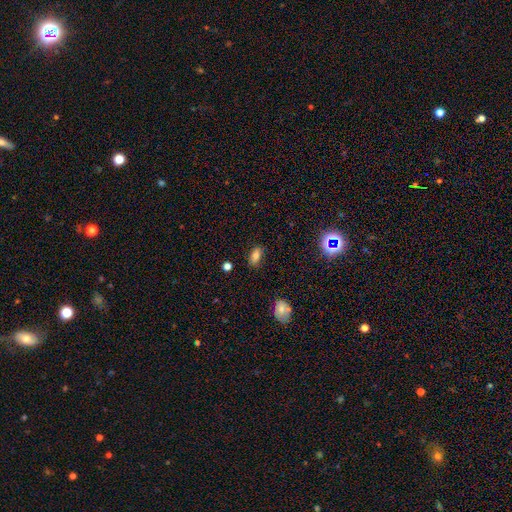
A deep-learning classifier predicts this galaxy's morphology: type=smooth (77%); roundness=in between (88%); merging=none (84%).